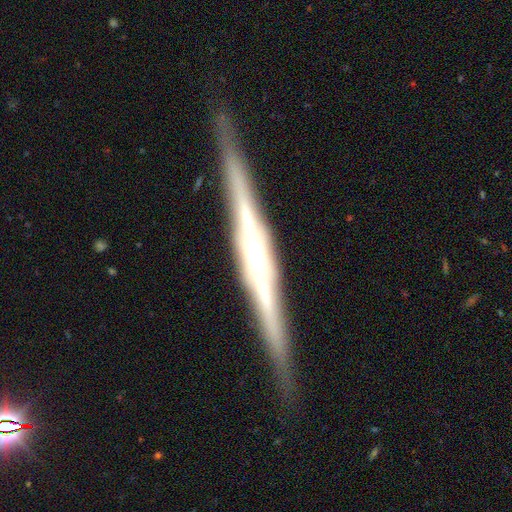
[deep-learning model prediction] This is likely a featured or disk galaxy (63%). It is clearly viewed edge-on (94%). Edge-on bulge: likely rounded (68%). Merging: clearly none (85%).